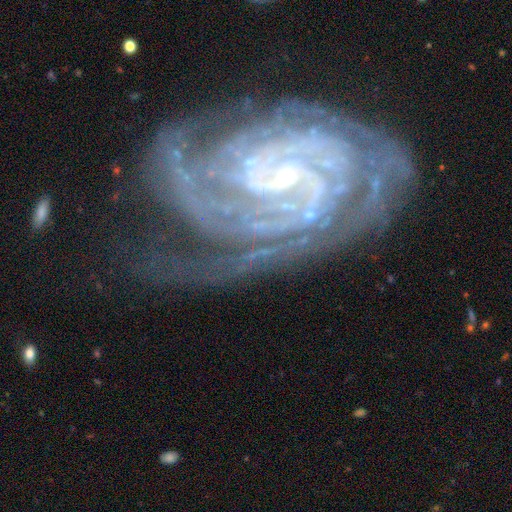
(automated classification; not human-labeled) A featured or disk galaxy (91%) with no bar (50%), 4 (21%) tight (78%) spiral arms (98%) and a small central bulge (84%). Merging: none (59%).